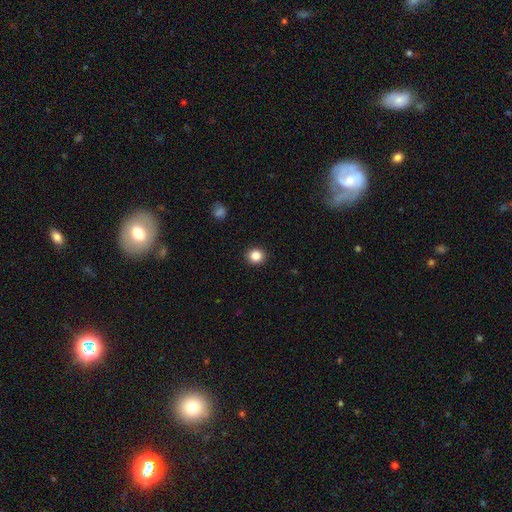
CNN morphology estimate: The model was most divided on "smooth or featured": smooth: 85%, star or artifact: 11%, featured or disk: 4%. More confident: merging — none (93%); how rounded — round (90%).